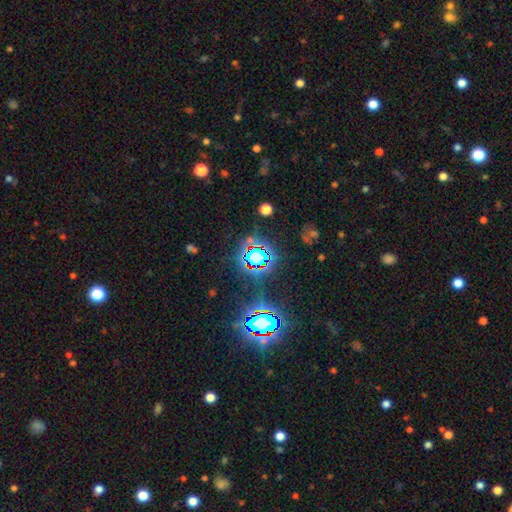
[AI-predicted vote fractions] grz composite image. It shows a star or artifact, not a galaxy (74%).